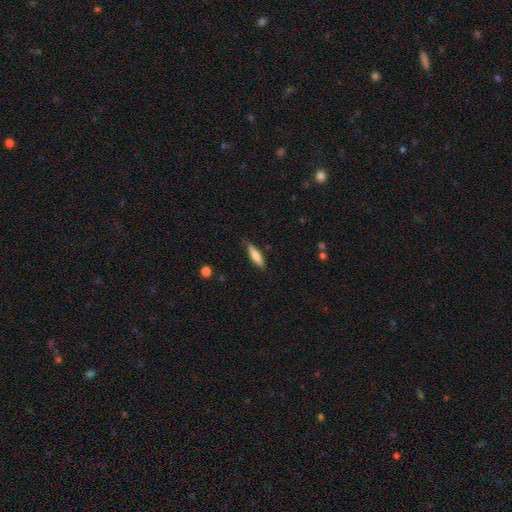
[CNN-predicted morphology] Smooth or featured? smooth (68%)
How rounded? cigar-shaped (71%)
Merging? none (85%)